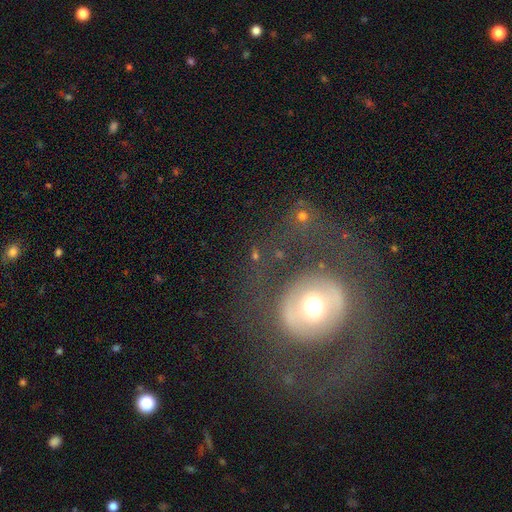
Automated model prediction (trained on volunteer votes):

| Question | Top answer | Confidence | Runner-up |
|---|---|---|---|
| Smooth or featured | smooth | 41% | featured or disk (40%) |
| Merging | none | 58% | major disturbance (20%) |